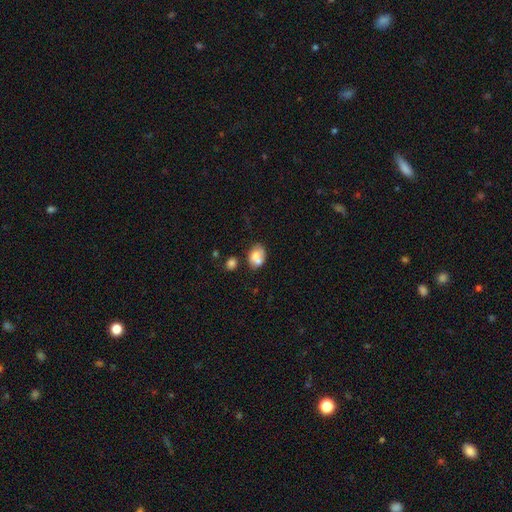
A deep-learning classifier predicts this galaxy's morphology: A smooth galaxy with no disk features (68%) that is in between round and cigar-shaped (67%). Merging: merger (40%).